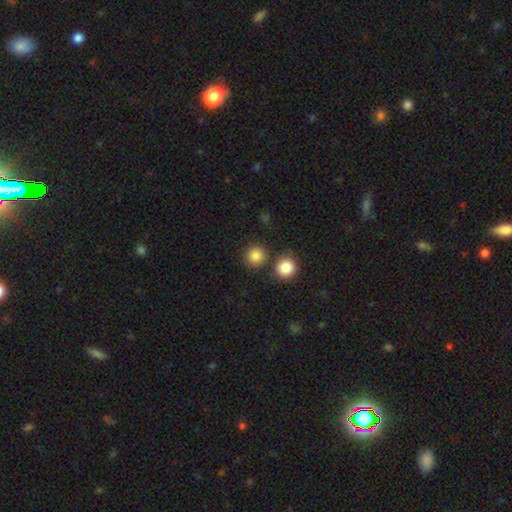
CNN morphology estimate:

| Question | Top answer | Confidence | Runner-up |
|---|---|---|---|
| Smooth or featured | smooth | 86% | star or artifact (10%) |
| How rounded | round | 93% | in between (6%) |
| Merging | none | 80% | merger (10%) |